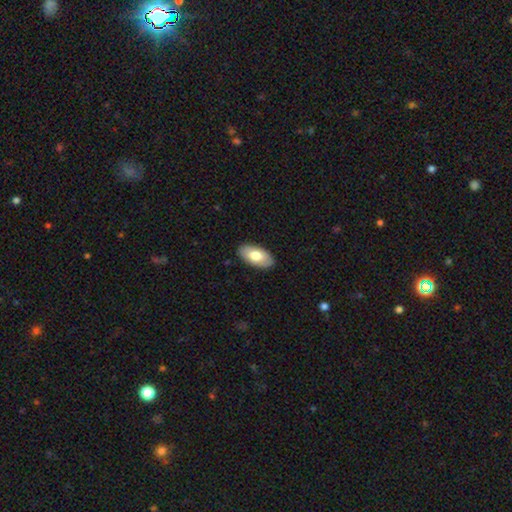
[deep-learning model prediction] Smooth or featured?
  - smooth: 71% *
  - featured or disk: 24%
  - star or artifact: 5%
How rounded?
  - in between: 95% *
  - cigar-shaped: 3%
  - round: 3%
Merging?
  - none: 88% *
  - minor disturbance: 9%
  - major disturbance: 2%
  - merger: 1%